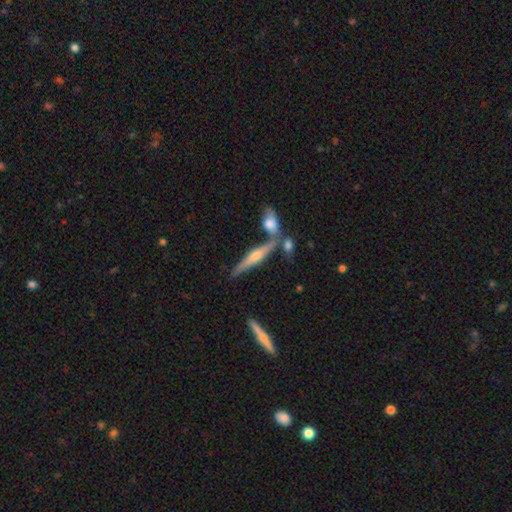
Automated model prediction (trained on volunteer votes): Smooth or featured: featured or disk — 72% (smooth — 22%)
Edge-on disk: yes — 96% (no — 4%)
Edge-on bulge: rounded — 89% (none — 5%)
Merging: none — 69% (merger — 18%)